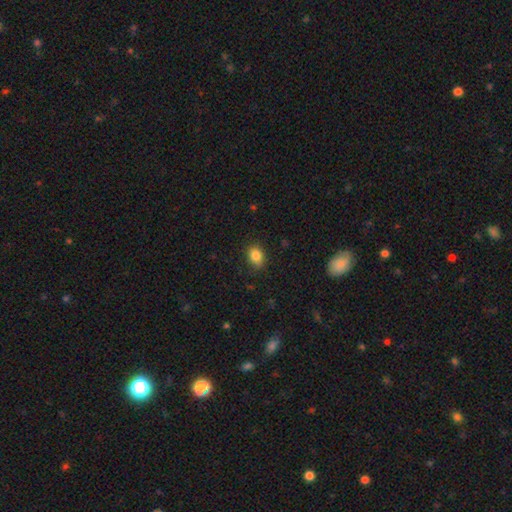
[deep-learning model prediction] Smooth or featured?
  - smooth: 85% *
  - star or artifact: 10%
  - featured or disk: 6%
How rounded?
  - in between: 66% *
  - round: 32%
  - cigar-shaped: 1%
Merging?
  - none: 84% *
  - minor disturbance: 13%
  - major disturbance: 3%
  - merger: 1%